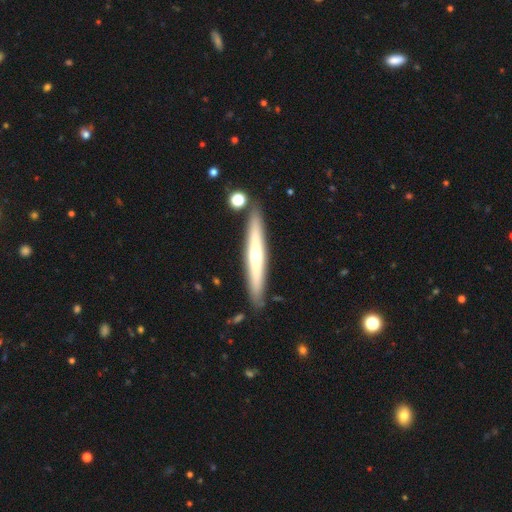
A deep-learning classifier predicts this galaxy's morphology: Smooth or featured? featured or disk (52%)
Edge-on disk? yes (93%)
Merging? none (87%)